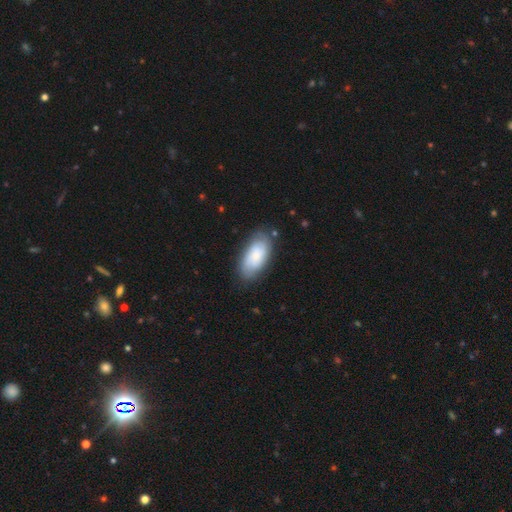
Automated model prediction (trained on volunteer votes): Overall: smooth (57%; featured or disk 36%). How rounded: in between (92%). Merging: none (75%).